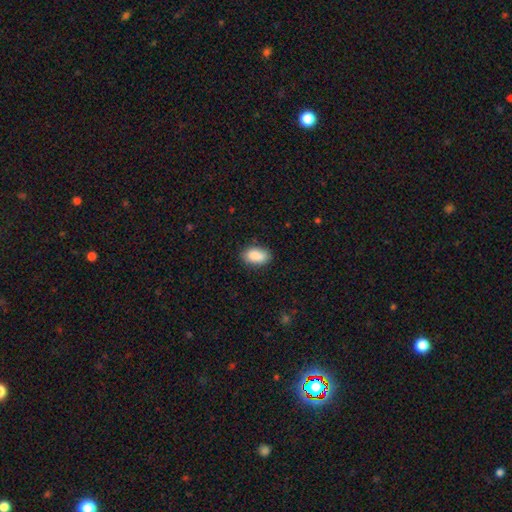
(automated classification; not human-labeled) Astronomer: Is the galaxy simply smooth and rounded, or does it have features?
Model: smooth — 89%.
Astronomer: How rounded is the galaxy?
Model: in between — 92%.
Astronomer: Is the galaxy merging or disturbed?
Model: none — 83%.